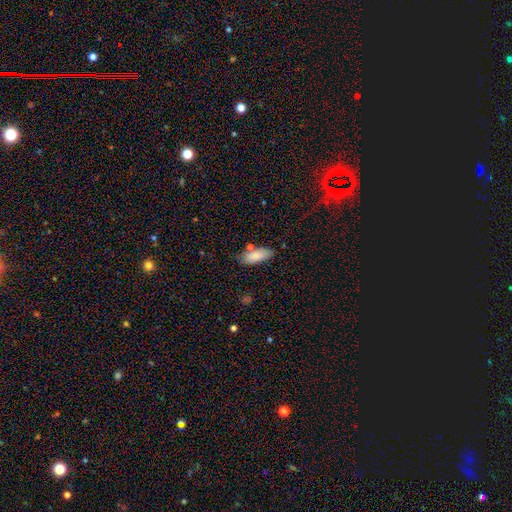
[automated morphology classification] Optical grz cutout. It shows a smooth galaxy with no disk features (83%) that is in between round and cigar-shaped (79%). Merging: none (73%).